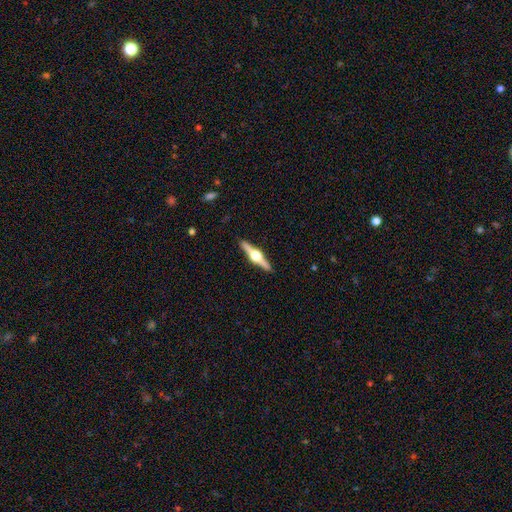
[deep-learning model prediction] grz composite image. It shows a featured or disk galaxy (83%) viewed edge-on (98%) with a rounded central bulge (96%). Merging: none (92%).